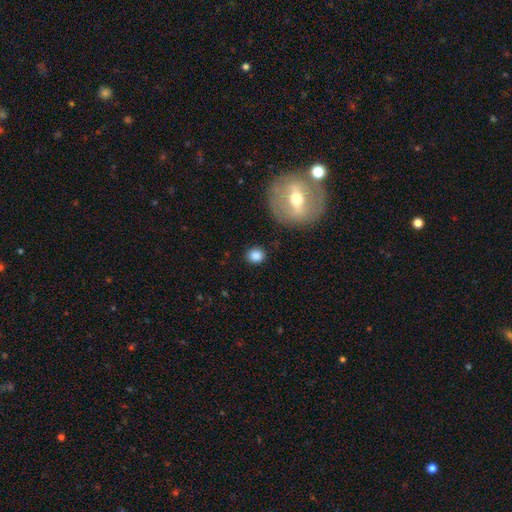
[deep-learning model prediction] A smooth galaxy with no disk features (84%) that is round (77%). Merging: none (86%).